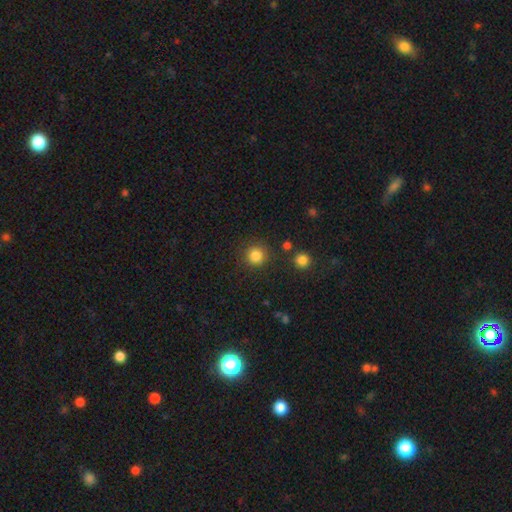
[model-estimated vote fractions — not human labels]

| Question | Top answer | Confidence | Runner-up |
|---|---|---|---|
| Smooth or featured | smooth | 84% | star or artifact (11%) |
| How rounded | round | 93% | in between (6%) |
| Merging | none | 86% | minor disturbance (8%) |